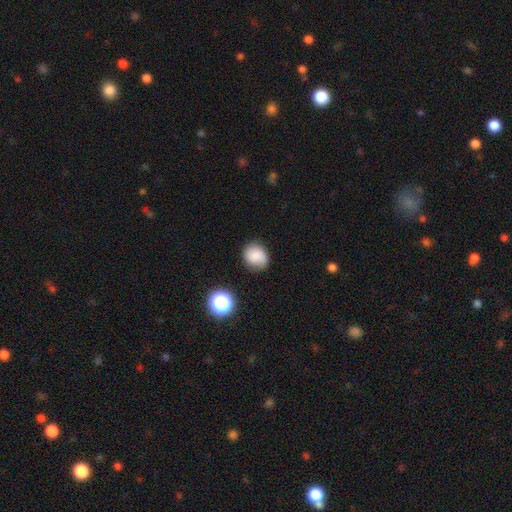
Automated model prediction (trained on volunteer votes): smooth-or-featured: smooth: 82% | star or artifact: 10% | featured or disk: 8%
  how-rounded: round: 67% | in between: 32% | cigar-shaped: 1%
  merging: none: 76% | minor disturbance: 18% | major disturbance: 4% | merger: 2%